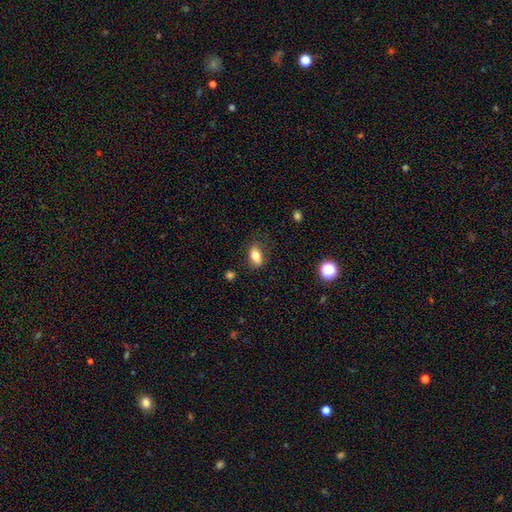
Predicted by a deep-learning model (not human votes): Smooth or featured?
  - smooth: 79% *
  - featured or disk: 12%
  - star or artifact: 9%
How rounded?
  - in between: 85% *
  - round: 8%
  - cigar-shaped: 7%
Merging?
  - none: 78% *
  - minor disturbance: 15%
  - major disturbance: 5%
  - merger: 2%